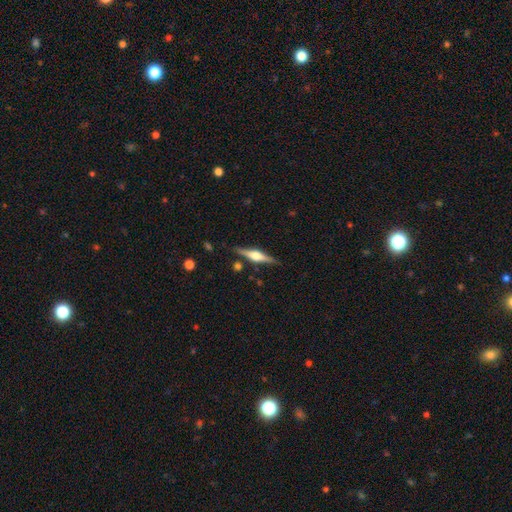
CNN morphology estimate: Overall: featured or disk (76%). Edge-on disk: yes (98%). Edge-on bulge: rounded (89%). Merging: none (87%).